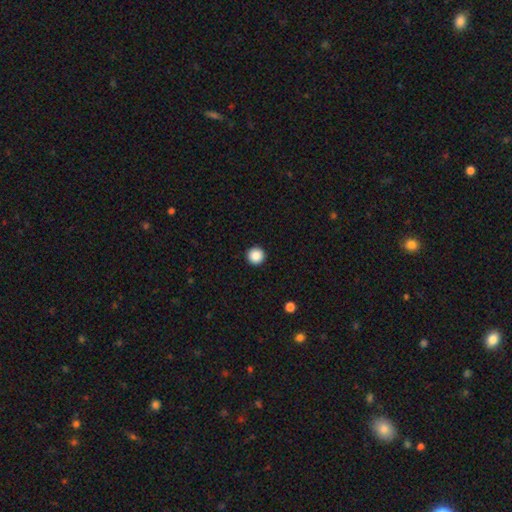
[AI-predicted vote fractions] This is clearly a smooth galaxy (88%). How rounded: clearly round (97%). Merging: clearly none (94%).